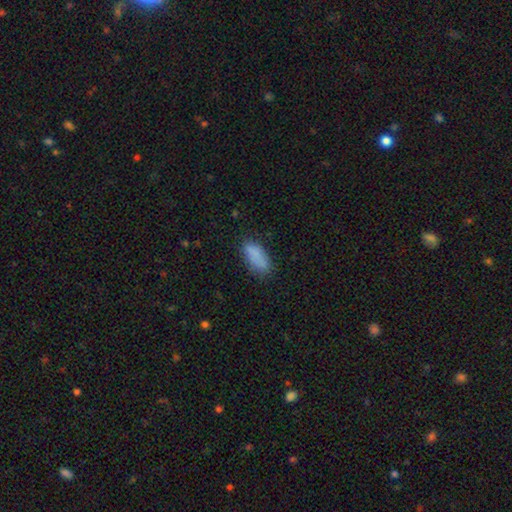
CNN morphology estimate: smooth 81%, featured or disk 10%, star or artifact 9%. Down the decision tree: how rounded — in between (84%); merging — none (66%).